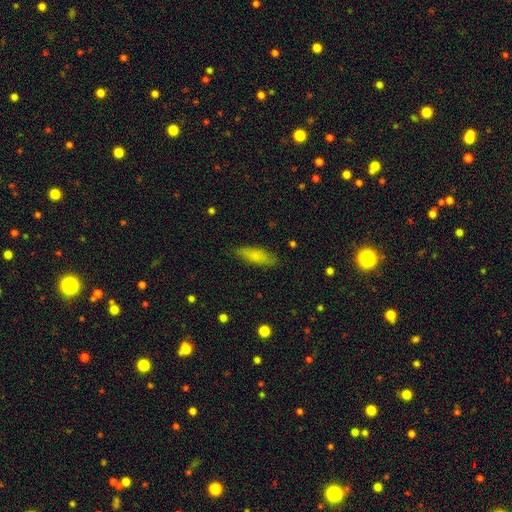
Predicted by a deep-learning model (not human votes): This appears to be a smooth galaxy with no disk features (79%) that is in between round and cigar-shaped (58%). Merging: none (83%).